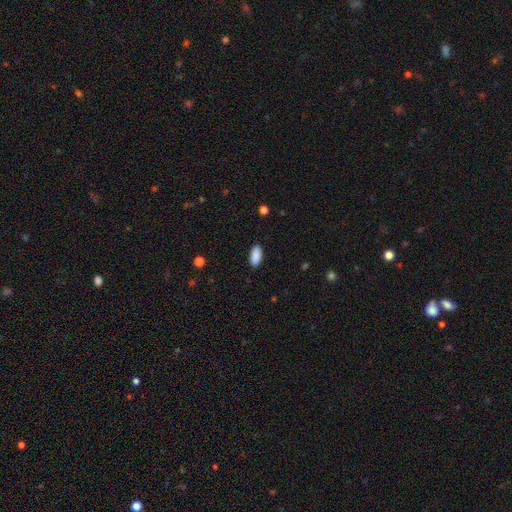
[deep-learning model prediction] Smooth or featured: smooth — 90% (star or artifact — 7%)
How rounded: in between — 88% (cigar-shaped — 10%)
Merging: none — 89% (minor disturbance — 8%)